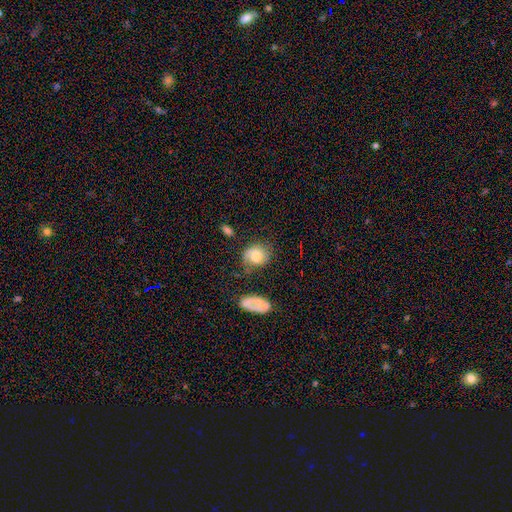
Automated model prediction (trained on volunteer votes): A smooth galaxy with no disk features (55%) that is round (55%).

Vote fractions:
- Smooth or featured? smooth: 55% / featured or disk: 36% / star or artifact: 9%
- How rounded? round: 55% / in between: 43% / cigar-shaped: 1%
- Merging? none: 52% / minor disturbance: 26% / major disturbance: 16% / merger: 6%